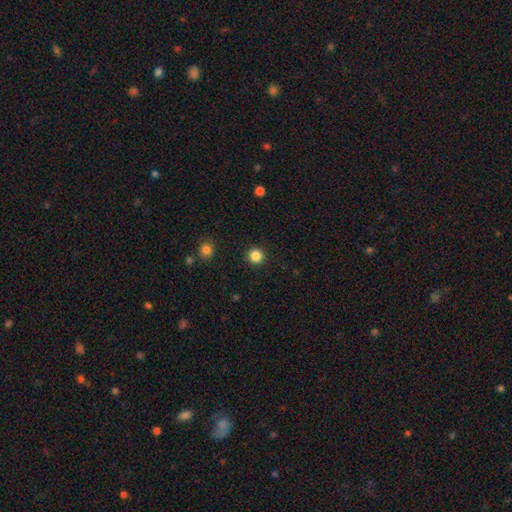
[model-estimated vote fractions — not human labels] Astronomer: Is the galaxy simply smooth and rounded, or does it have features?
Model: smooth — 85%.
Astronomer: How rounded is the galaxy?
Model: round — 95%.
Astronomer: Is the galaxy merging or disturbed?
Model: none — 93%.